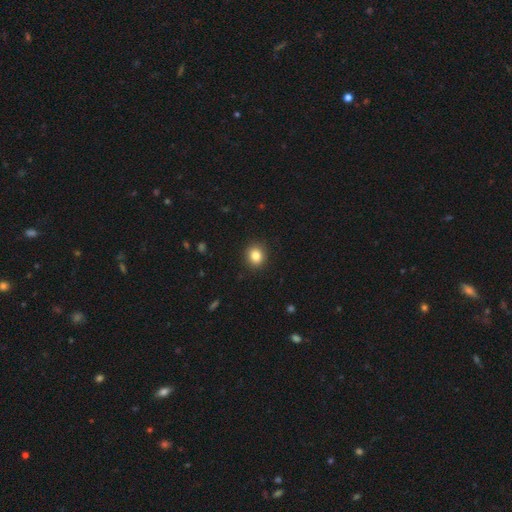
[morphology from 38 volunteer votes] Volunteers were most divided on "how rounded": round: 82%, in between: 18%, cigar-shaped: 0%. More confident: merging — none (94%); smooth or featured — smooth (89%).